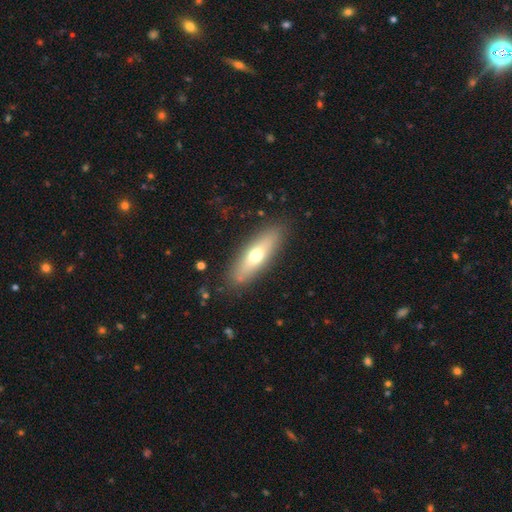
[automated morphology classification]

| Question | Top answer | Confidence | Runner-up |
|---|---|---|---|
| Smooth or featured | smooth | 59% | featured or disk (35%) |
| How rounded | cigar-shaped | 55% | in between (43%) |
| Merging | none | 86% | minor disturbance (10%) |